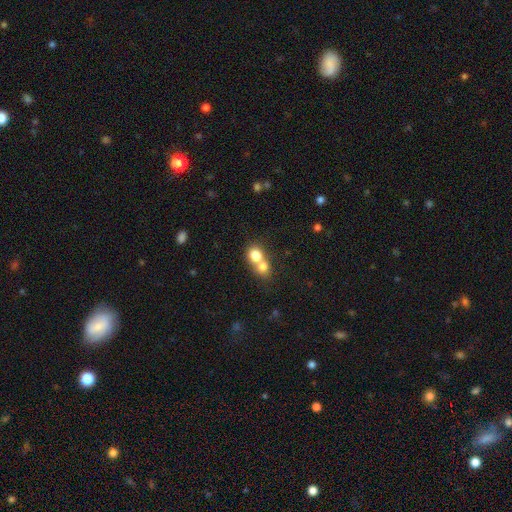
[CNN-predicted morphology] Overall: smooth (76%). How rounded: round (70%). Merging: merger (70%).